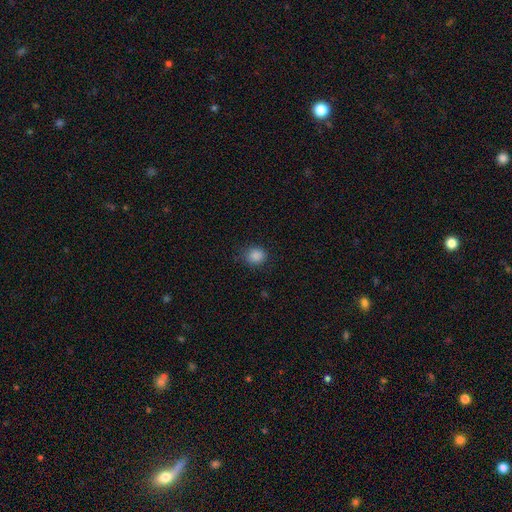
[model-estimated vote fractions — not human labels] Overall: smooth (87%). How rounded: round (73%). Merging: none (83%).